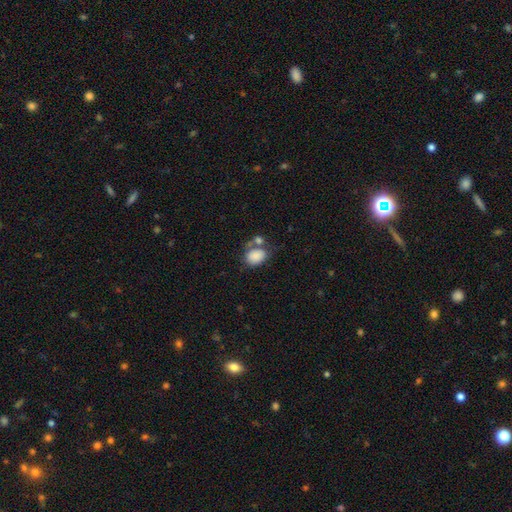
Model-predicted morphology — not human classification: Smooth or featured?
  - smooth: 84% *
  - star or artifact: 8%
  - featured or disk: 8%
How rounded?
  - in between: 71% *
  - round: 27%
  - cigar-shaped: 1%
Merging?
  - none: 46% *
  - merger: 28%
  - minor disturbance: 17%
  - major disturbance: 8%